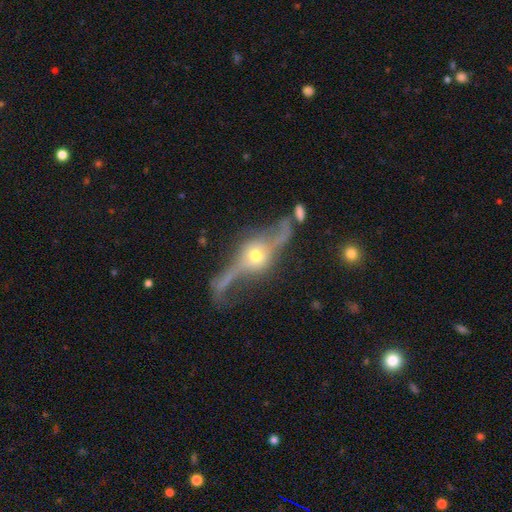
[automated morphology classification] This is clearly a featured or disk galaxy (83%). It is possibly not viewed edge-on (59%). Merging: marginally none (43%).